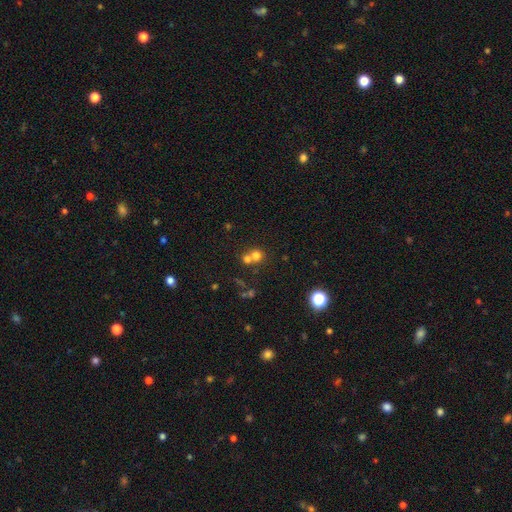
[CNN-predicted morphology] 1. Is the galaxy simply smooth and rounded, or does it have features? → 71% smooth, 16% star or artifact, 13% featured or disk.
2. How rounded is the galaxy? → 85% round, 14% in between, 1% cigar-shaped.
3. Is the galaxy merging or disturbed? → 49% merger, 42% none, 6% minor disturbance, 3% major disturbance.